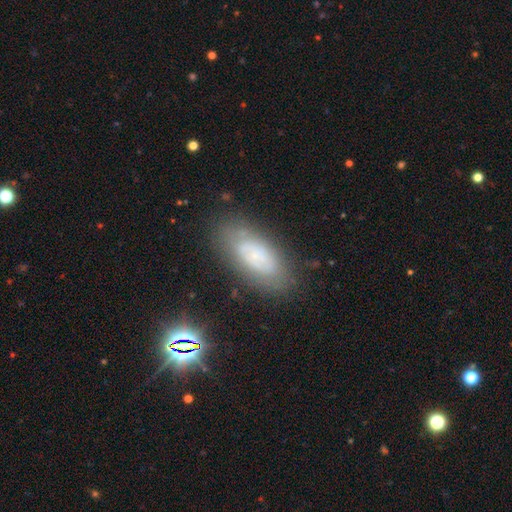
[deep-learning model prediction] A smooth galaxy with no disk features (49%).

Vote fractions:
- Smooth or featured? smooth: 49% / featured or disk: 39% / star or artifact: 12%
- Merging? none: 75% / minor disturbance: 17% / major disturbance: 6% / merger: 2%